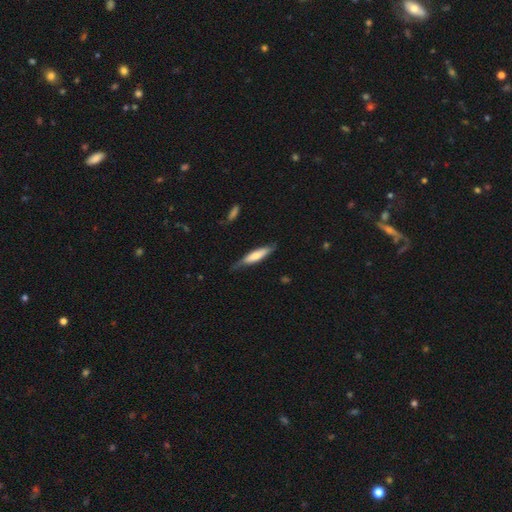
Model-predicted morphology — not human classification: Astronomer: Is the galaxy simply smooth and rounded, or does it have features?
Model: smooth — 64%.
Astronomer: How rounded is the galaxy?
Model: cigar-shaped — 79%.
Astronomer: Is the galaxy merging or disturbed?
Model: none — 68%.